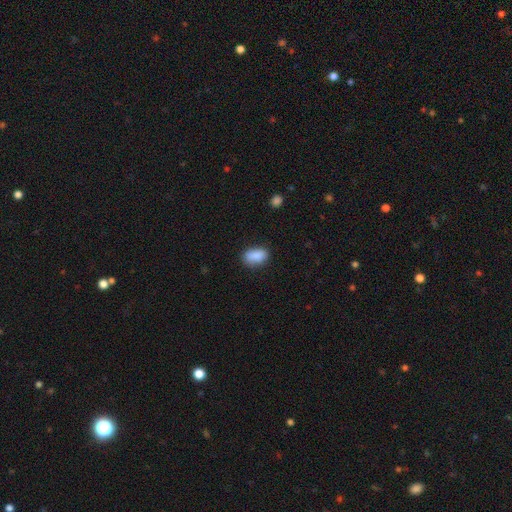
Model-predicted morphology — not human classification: smooth_or_featured: smooth (p=0.87) [alt: star or artifact p=0.08]
how_rounded: in between (p=0.88) [alt: round p=0.09]
merging: none (p=0.77) [alt: minor disturbance p=0.17]